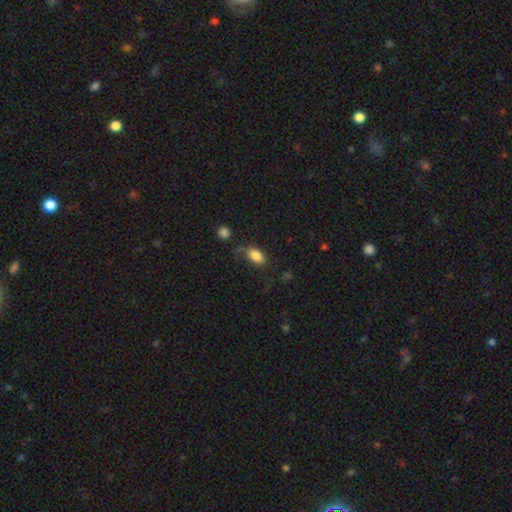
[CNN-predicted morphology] smooth 84%, star or artifact 8%, featured or disk 8%. Down the decision tree: how rounded — in between (89%); merging — none (55%).